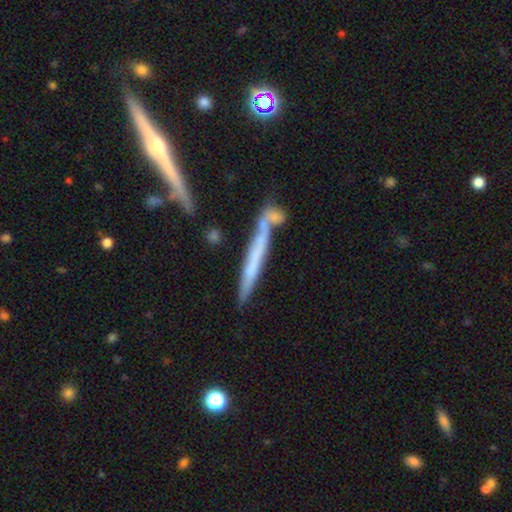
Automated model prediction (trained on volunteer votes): Smooth or featured? featured or disk (53%)
Edge-on disk? yes (93%)
Merging? none (63%)